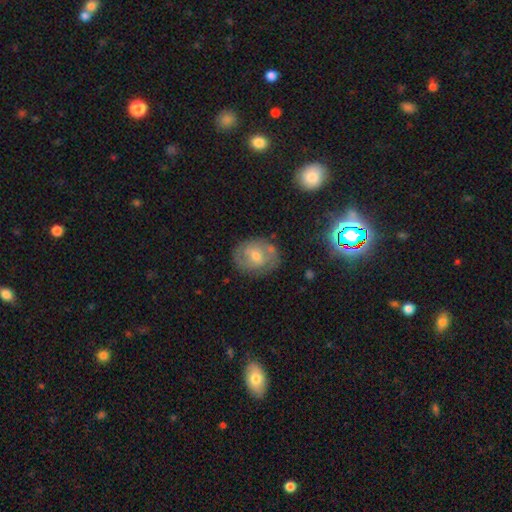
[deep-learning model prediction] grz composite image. It shows a featured or disk galaxy (52%). Merging: none (74%).